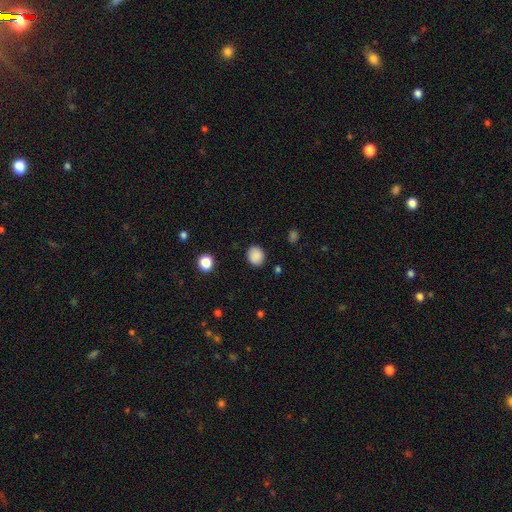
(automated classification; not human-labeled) smooth-or-featured: smooth: 88% | star or artifact: 9% | featured or disk: 3%
  how-rounded: round: 70% | in between: 29% | cigar-shaped: 1%
  merging: none: 87% | minor disturbance: 9% | major disturbance: 3% | merger: 1%